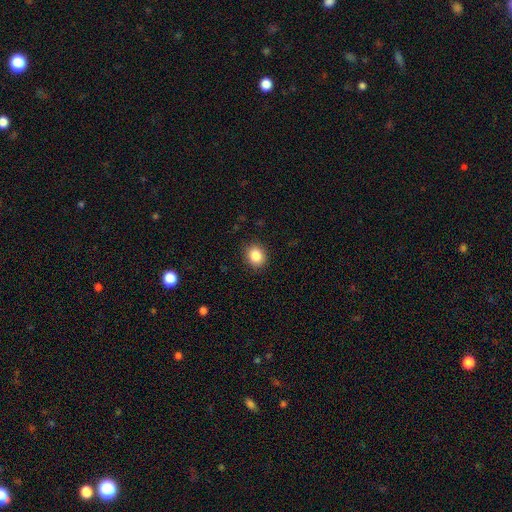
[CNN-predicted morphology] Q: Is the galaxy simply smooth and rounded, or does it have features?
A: smooth — 86%.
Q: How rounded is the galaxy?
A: round — 69%.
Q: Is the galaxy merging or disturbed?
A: none — 89%.